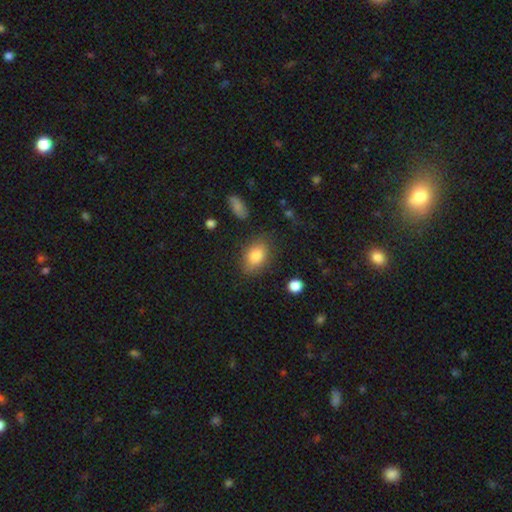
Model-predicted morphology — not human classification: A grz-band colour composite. It shows a smooth galaxy with no disk features (84%) that is in between round and cigar-shaped (82%). Merging: none (78%).